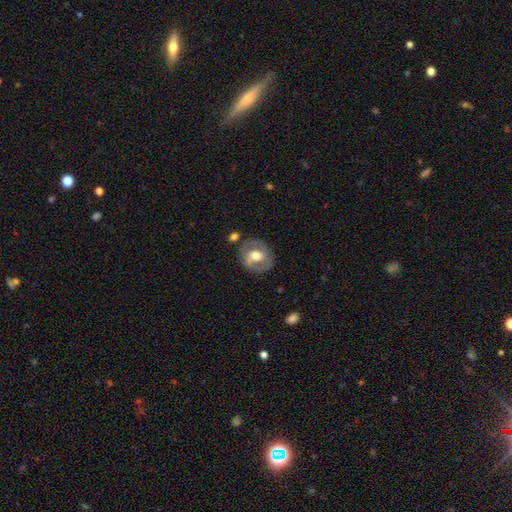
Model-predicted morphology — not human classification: type=featured or disk (64%); edge-on=no (96%); bar=no (41%); spiral arms=yes (62%); bulge=moderate (66%); merging=none (77%).